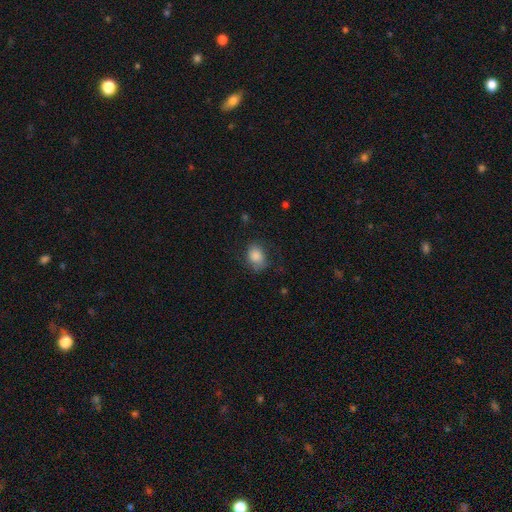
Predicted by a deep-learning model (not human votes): This is clearly a smooth galaxy (85%). How rounded: likely in between (68%). Merging: likely none (67%).